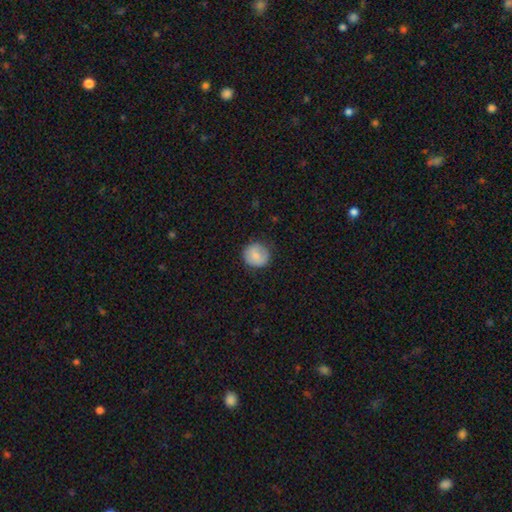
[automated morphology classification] smooth_or_featured: smooth (p=0.77) [alt: featured or disk p=0.15]
how_rounded: round (p=0.90) [alt: in between p=0.09]
merging: none (p=0.81) [alt: minor disturbance p=0.14]